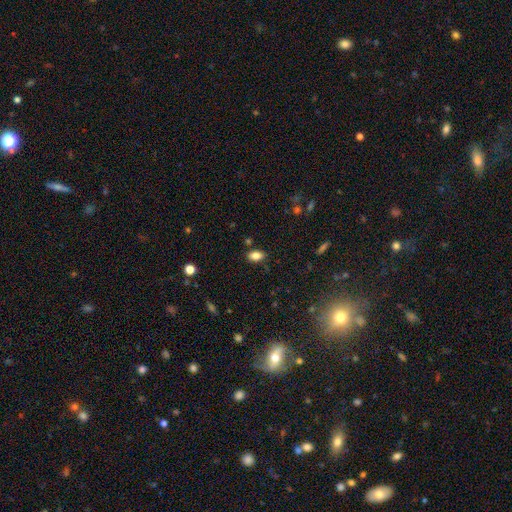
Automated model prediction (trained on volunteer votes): Smooth or featured? smooth (84%)
How rounded? in between (89%)
Merging? none (84%)